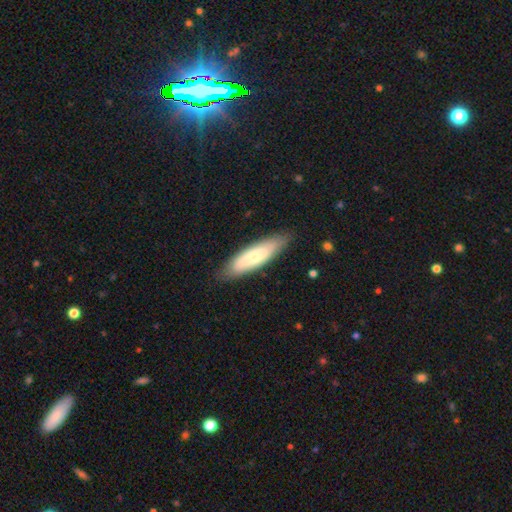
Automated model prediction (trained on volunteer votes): This appears to be a smooth galaxy with no disk features (70%) that is cigar-shaped (64%). Merging: none (85%).